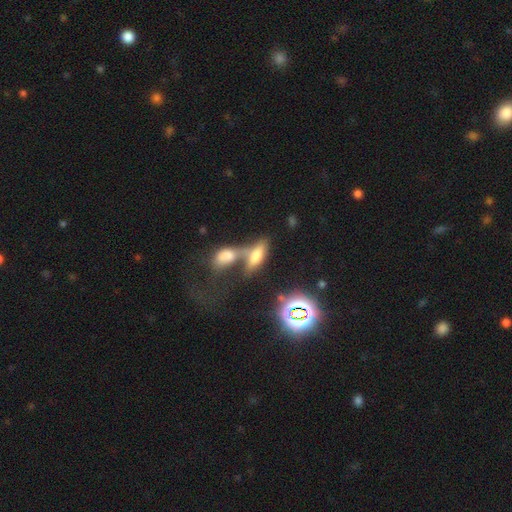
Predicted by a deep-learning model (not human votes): Q: Smooth or featured?
A: smooth (63%); runner-up: featured or disk (22%)
Q: How rounded?
A: in between (75%); runner-up: cigar-shaped (20%)
Q: Merging?
A: merger (67%); runner-up: none (18%)